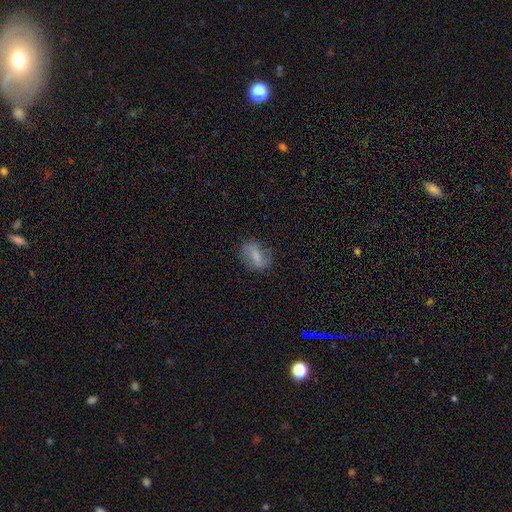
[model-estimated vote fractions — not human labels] This appears to be a smooth galaxy with no disk features (56%) that is in between round and cigar-shaped (70%). Merging: none (75%).